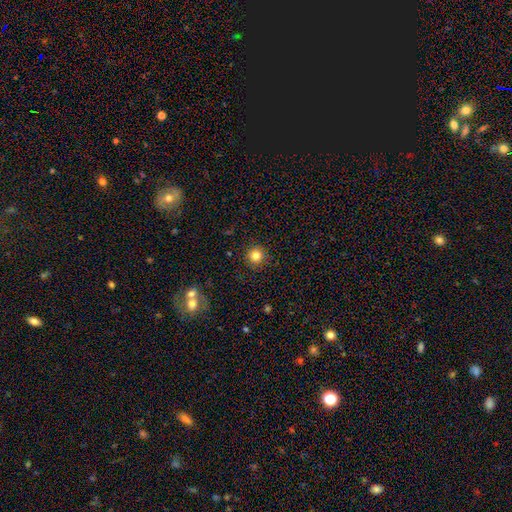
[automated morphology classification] This appears to be a smooth galaxy with no disk features (83%) that is round (94%). Merging: none (90%).